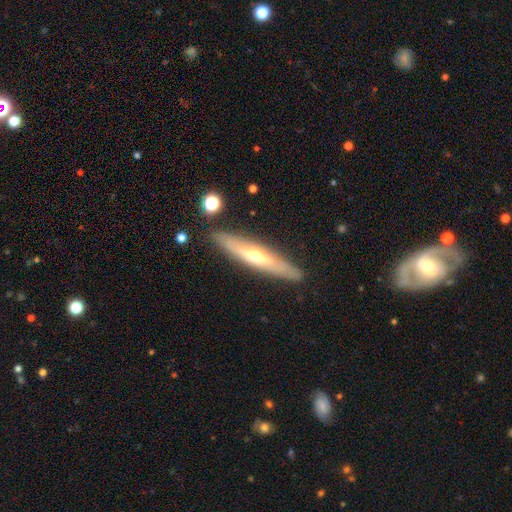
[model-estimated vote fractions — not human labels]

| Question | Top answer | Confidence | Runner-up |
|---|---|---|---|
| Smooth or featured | featured or disk | 63% | smooth (31%) |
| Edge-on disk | yes | 81% | no (19%) |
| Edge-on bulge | rounded | 79% | none (18%) |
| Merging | none | 85% | minor disturbance (10%) |